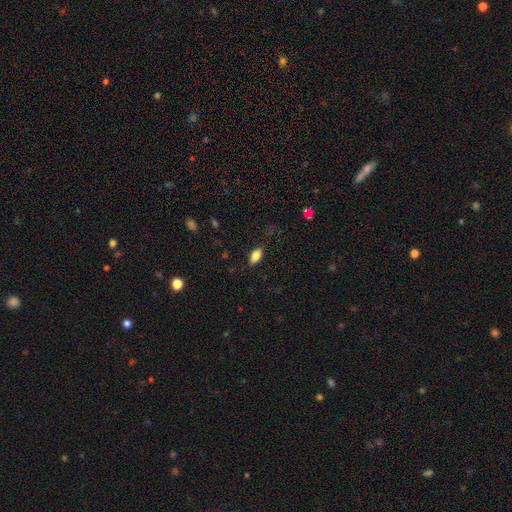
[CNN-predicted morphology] A smooth galaxy with no disk features (81%) that is in between round and cigar-shaped (88%). Merging: none (83%).